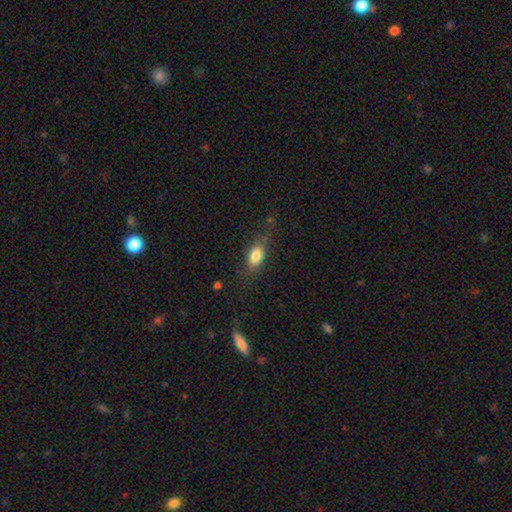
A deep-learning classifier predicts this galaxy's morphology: The model was most divided on "merging": none: 75%, minor disturbance: 17%, major disturbance: 6%, merger: 2%. More confident: how rounded — in between (85%); smooth or featured — smooth (82%).